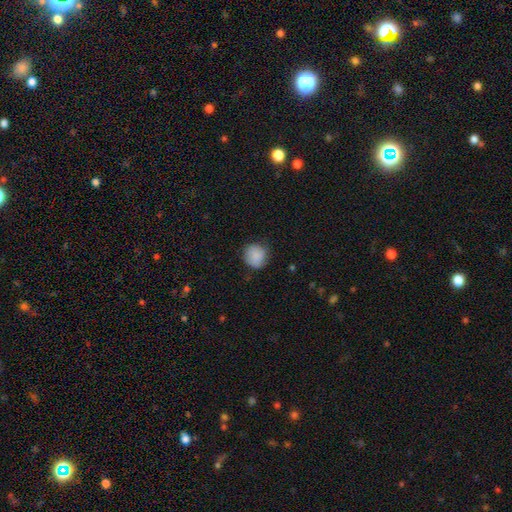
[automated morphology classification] The model was most divided on "merging": none: 77%, minor disturbance: 19%, major disturbance: 4%, merger: 1%. More confident: how rounded — round (86%); smooth or featured — smooth (86%).